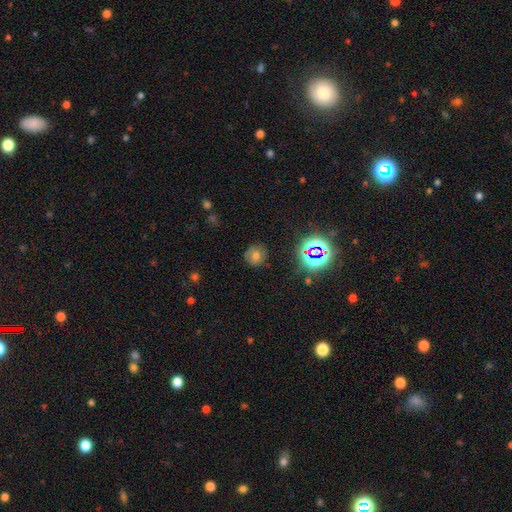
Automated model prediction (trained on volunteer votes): Smooth or featured?
  - smooth: 64% *
  - star or artifact: 22%
  - featured or disk: 13%
How rounded?
  - round: 82% *
  - in between: 17%
  - cigar-shaped: 1%
Merging?
  - none: 79% *
  - minor disturbance: 14%
  - major disturbance: 5%
  - merger: 2%